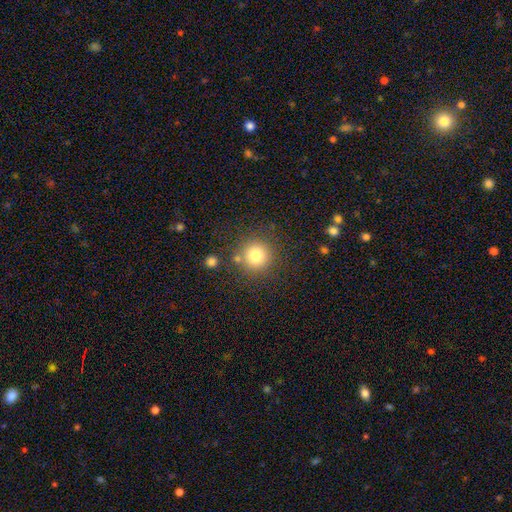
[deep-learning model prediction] This is likely a smooth galaxy (80%). How rounded: clearly round (94%). Merging: likely none (80%).